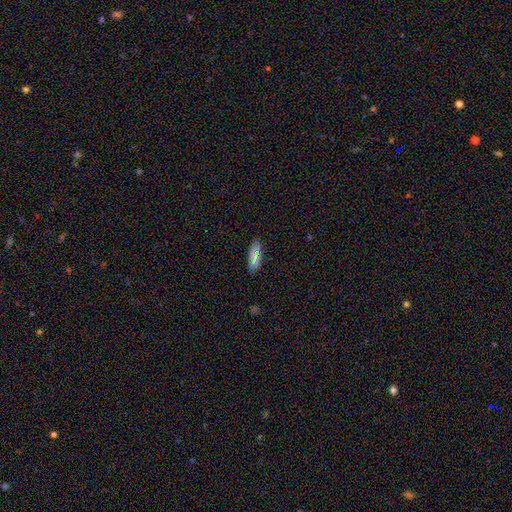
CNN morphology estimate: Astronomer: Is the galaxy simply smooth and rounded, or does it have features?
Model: smooth — 76%.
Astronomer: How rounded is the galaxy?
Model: in between — 67%.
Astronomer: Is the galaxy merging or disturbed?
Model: none — 86%.